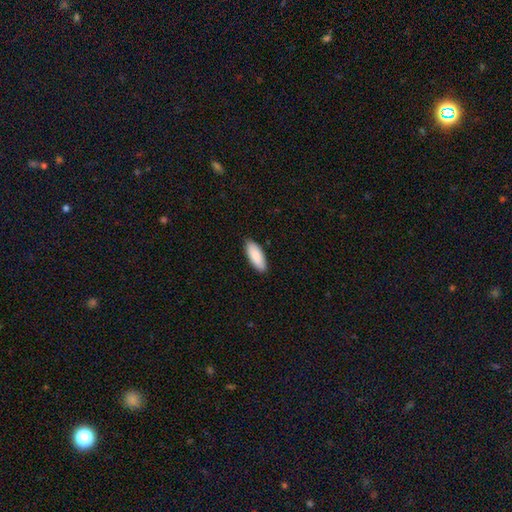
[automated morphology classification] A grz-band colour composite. It shows a smooth galaxy with no disk features (88%) that is in between round and cigar-shaped (78%). Merging: none (88%).